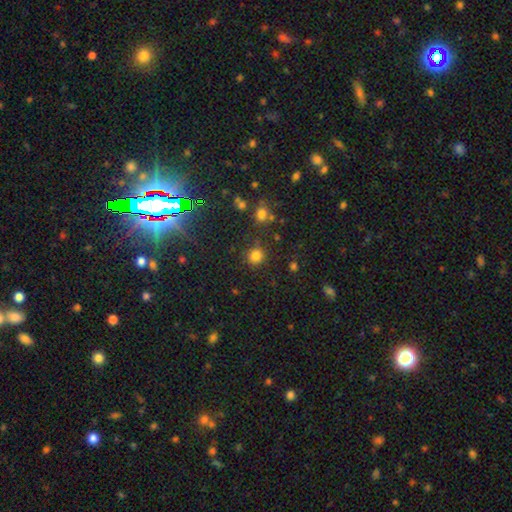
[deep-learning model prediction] smooth-or-featured: smooth: 79% | star or artifact: 16% | featured or disk: 5%
  how-rounded: round: 87% | in between: 12% | cigar-shaped: 1%
  merging: none: 81% | minor disturbance: 10% | merger: 5% | major disturbance: 4%